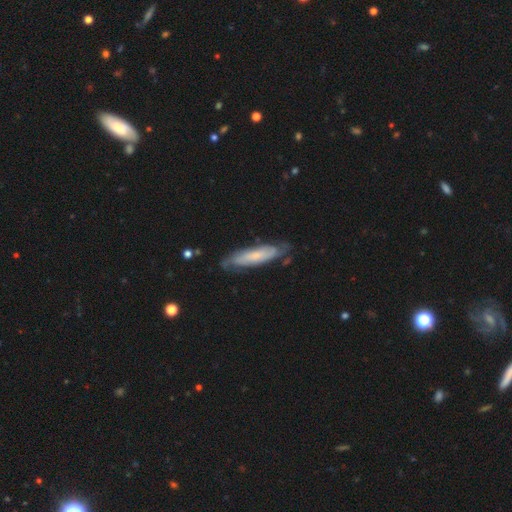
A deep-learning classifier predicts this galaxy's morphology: Overall: featured or disk (55%; smooth 39%). Edge-on disk: no (62%; yes 38%). Merging: none (71%).